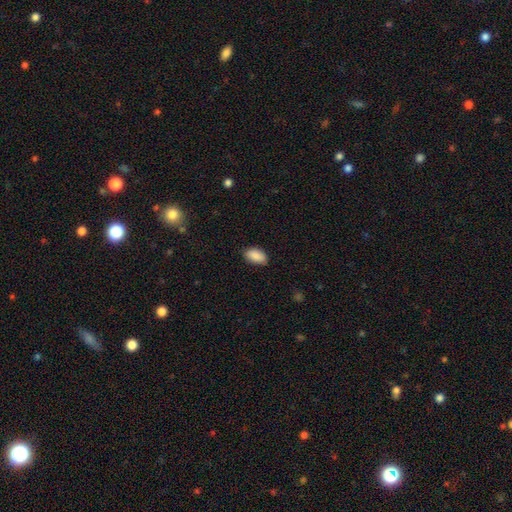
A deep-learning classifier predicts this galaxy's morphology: Smooth or featured? Predicted: smooth (p=0.90). How rounded? Predicted: in between (p=0.93). Merging? Predicted: none (p=0.85).